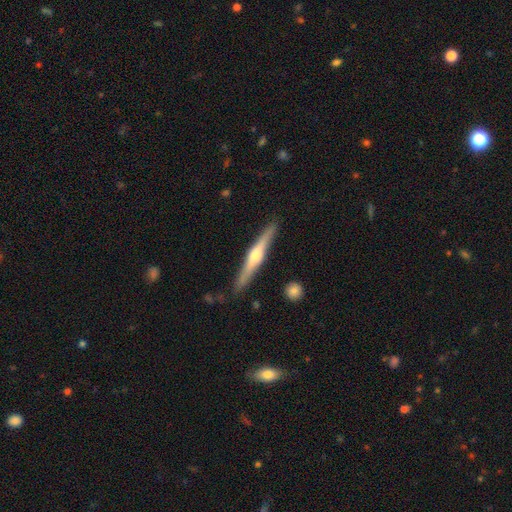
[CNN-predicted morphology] A featured or disk galaxy (70%) viewed edge-on (98%) with a rounded central bulge (89%). Merging: none (88%).